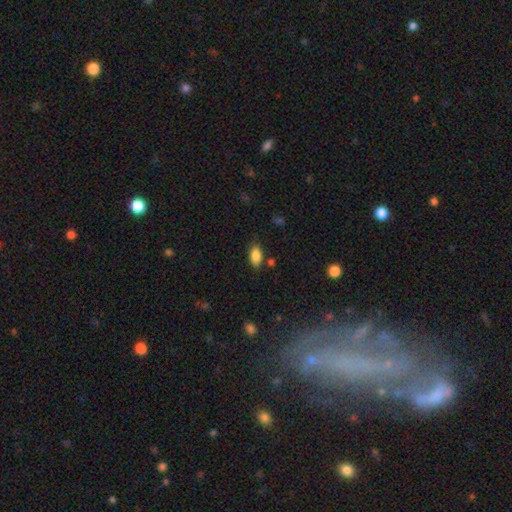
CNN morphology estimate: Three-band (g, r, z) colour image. It shows a smooth galaxy with no disk features (87%) that is in between round and cigar-shaped (92%). Merging: none (82%).